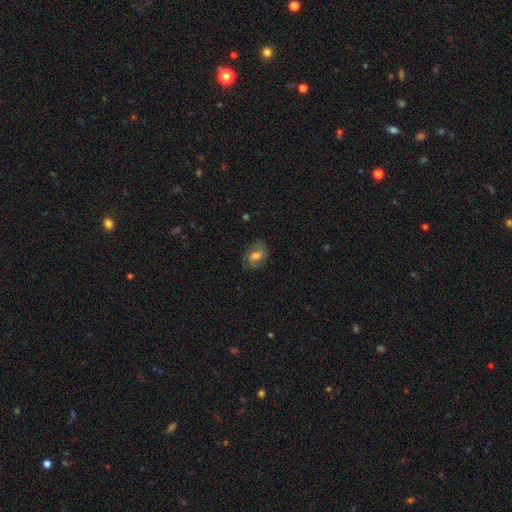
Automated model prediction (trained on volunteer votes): Smooth or featured: featured or disk — 46% (smooth — 45%)
Merging: none — 72% (minor disturbance — 20%)